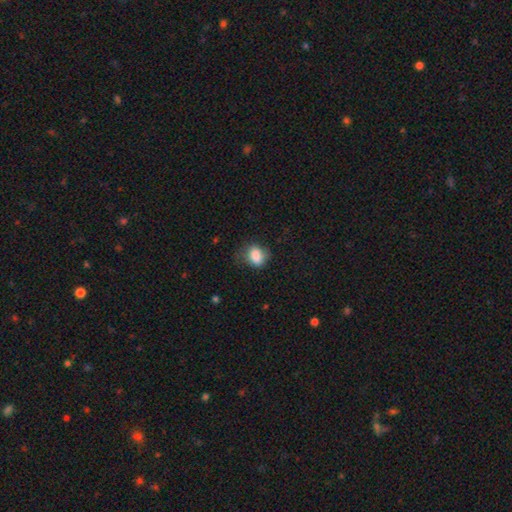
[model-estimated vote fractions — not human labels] Smooth or featured: smooth — 84% (star or artifact — 9%)
How rounded: in between — 64% (round — 34%)
Merging: none — 60% (minor disturbance — 29%)